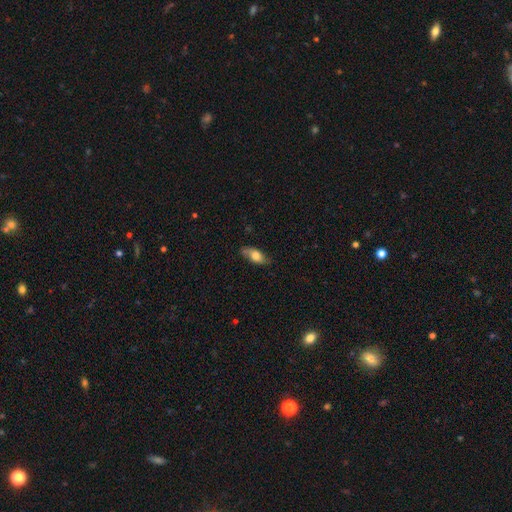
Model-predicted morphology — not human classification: The model was most divided on "smooth or featured": smooth: 64%, featured or disk: 29%, star or artifact: 7%. More confident: how rounded — in between (81%); merging — none (77%).